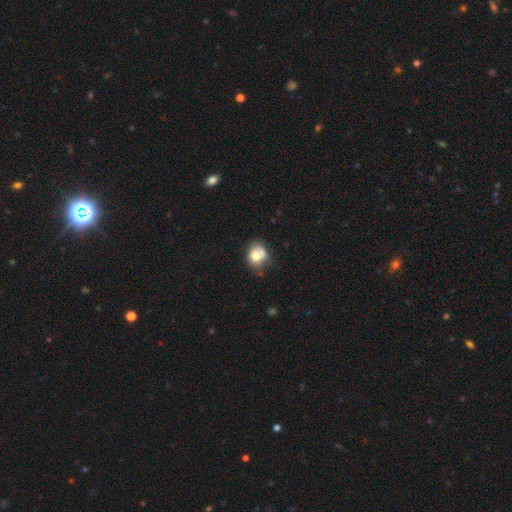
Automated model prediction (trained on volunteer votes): Morphology: type=smooth (71%); roundness=round (59%); merging=none (45%).